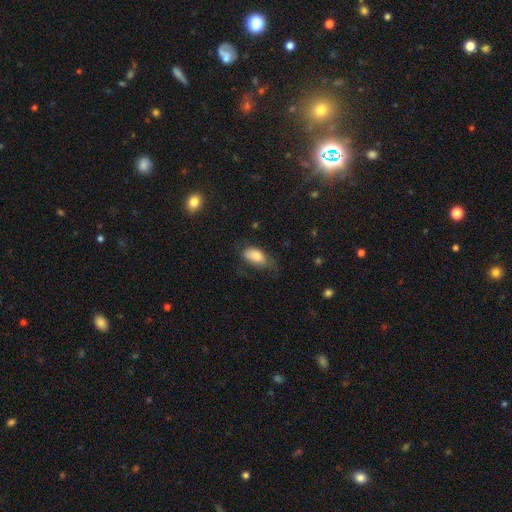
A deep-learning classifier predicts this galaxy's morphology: Smooth or featured: smooth — 81% (featured or disk — 12%)
How rounded: in between — 91% (cigar-shaped — 5%)
Merging: none — 48% (minor disturbance — 33%)